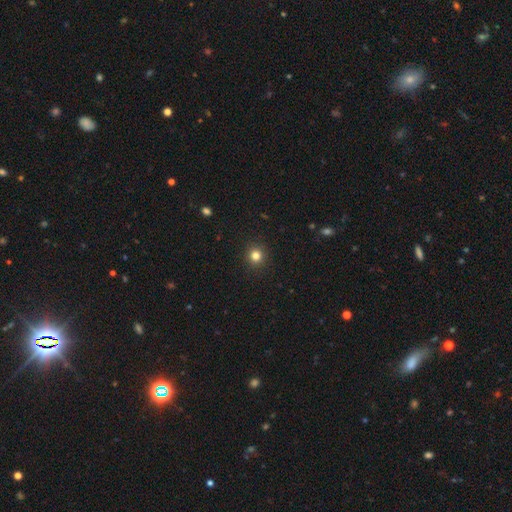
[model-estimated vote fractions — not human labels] Smooth or featured? smooth (82%)
How rounded? round (93%)
Merging? none (92%)